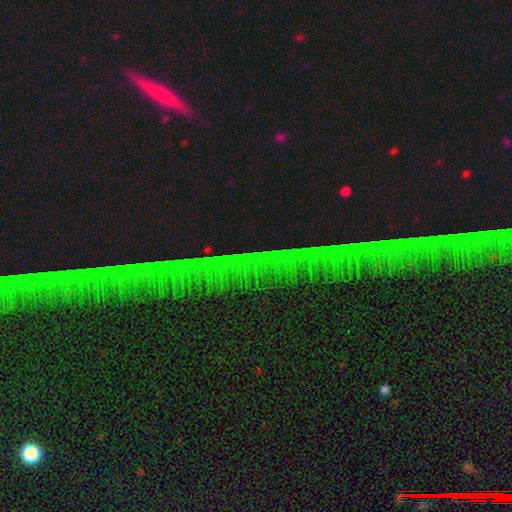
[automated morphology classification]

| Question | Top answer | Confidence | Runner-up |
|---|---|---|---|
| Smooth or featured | star or artifact | 78% | featured or disk (12%) |